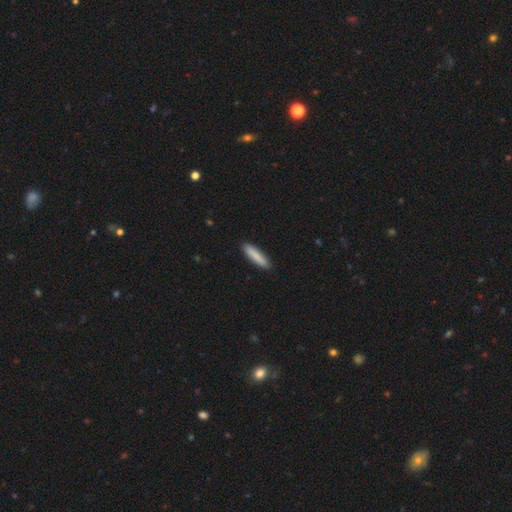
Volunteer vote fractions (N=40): Smooth or featured? 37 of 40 (92%) said smooth. How rounded? 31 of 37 (84%) said cigar-shaped. Merging? 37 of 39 (95%) said none.